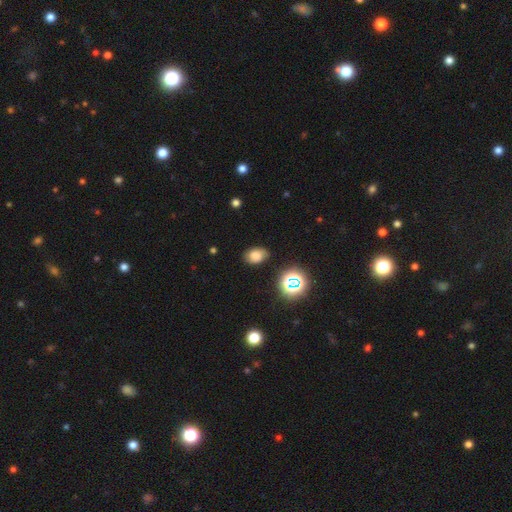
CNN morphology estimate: type=smooth (72%); roundness=in between (75%); merging=none (76%).